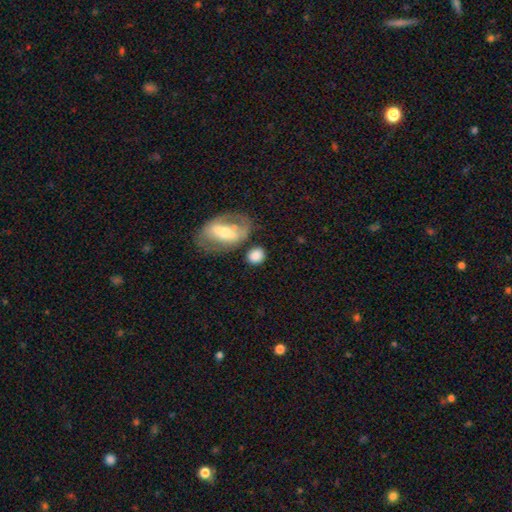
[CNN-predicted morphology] A smooth galaxy with no disk features (78%) that is round (59%). Merging: none (66%).